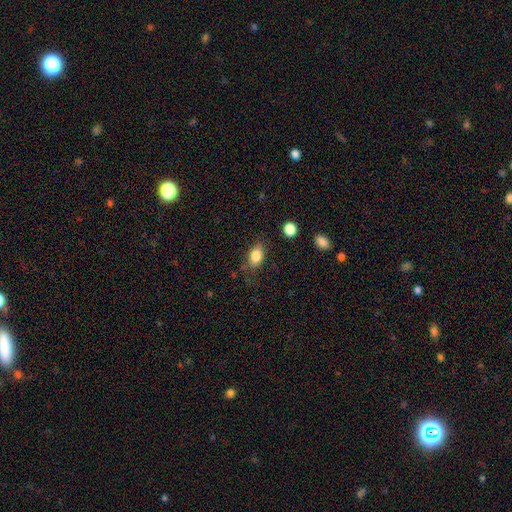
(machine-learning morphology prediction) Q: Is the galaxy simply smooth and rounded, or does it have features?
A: smooth — 83%.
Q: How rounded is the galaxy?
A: in between — 81%.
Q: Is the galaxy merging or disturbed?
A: none — 72%.